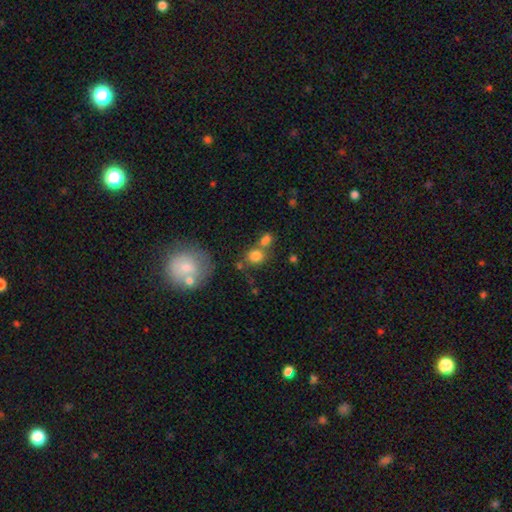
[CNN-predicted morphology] Smooth or featured?
  - smooth: 79% *
  - star or artifact: 12%
  - featured or disk: 9%
How rounded?
  - round: 74% *
  - in between: 24%
  - cigar-shaped: 1%
Merging?
  - none: 51% *
  - merger: 32%
  - minor disturbance: 11%
  - major disturbance: 6%